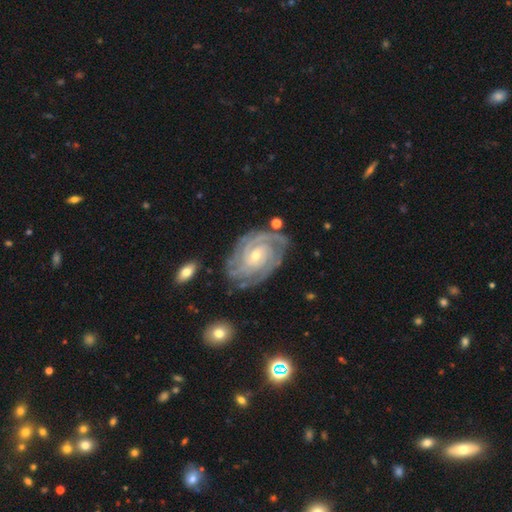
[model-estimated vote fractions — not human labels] This is clearly a featured or disk galaxy (91%). It is clearly not viewed edge-on (97%). Bar: possibly no (57%). Spiral arm pattern: clearly yes (98%). Spiral arm count: marginally 3 (28%). Spiral winding: likely tight (78%). Central bulge: possibly small (60%). Merging: likely none (75%).